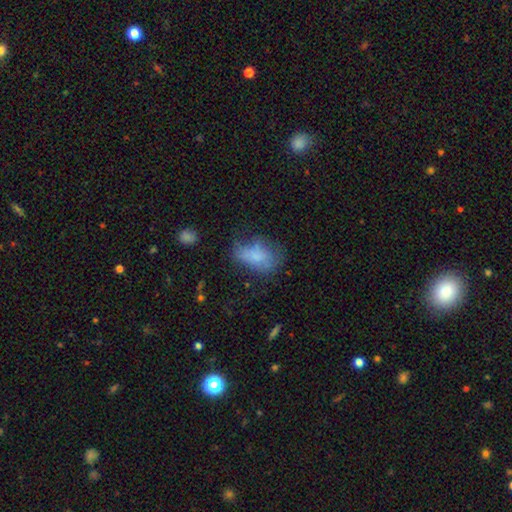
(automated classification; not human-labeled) Overall: smooth (66%). How rounded: in between (85%). Merging: none (39%; minor disturbance 30%).